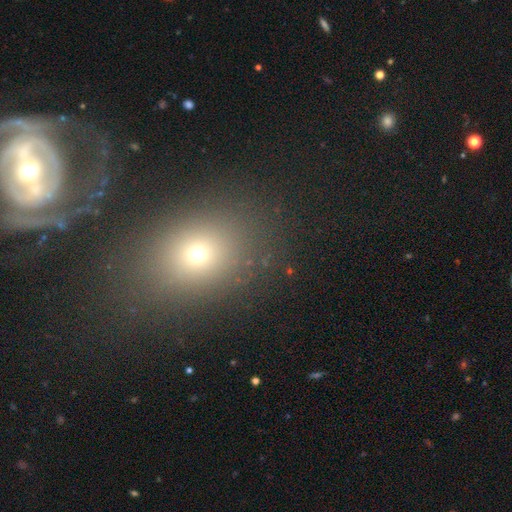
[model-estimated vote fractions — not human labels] This is possibly a smooth galaxy (47%). Merging: likely none (74%).